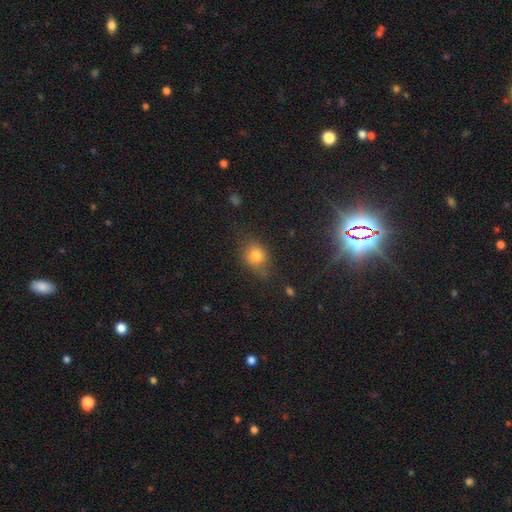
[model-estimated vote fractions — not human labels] smooth_or_featured: smooth (p=0.77) [alt: star or artifact p=0.14]
how_rounded: round (p=0.63) [alt: in between p=0.36]
merging: none (p=0.67) [alt: minor disturbance p=0.22]